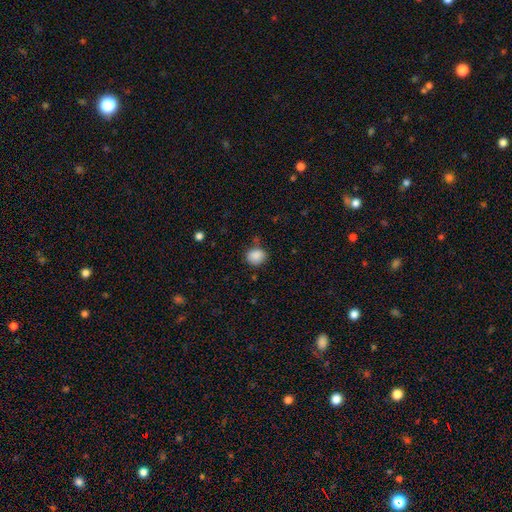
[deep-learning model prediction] Smooth or featured?
  - smooth: 88% *
  - star or artifact: 9%
  - featured or disk: 3%
How rounded?
  - round: 61% *
  - in between: 38%
  - cigar-shaped: 1%
Merging?
  - none: 76% *
  - minor disturbance: 16%
  - merger: 4%
  - major disturbance: 4%